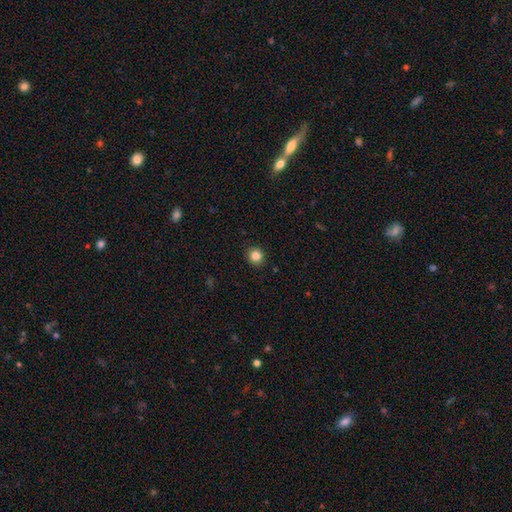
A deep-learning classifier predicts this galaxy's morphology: A smooth galaxy with no disk features (84%) that is round (90%). Merging: none (92%).